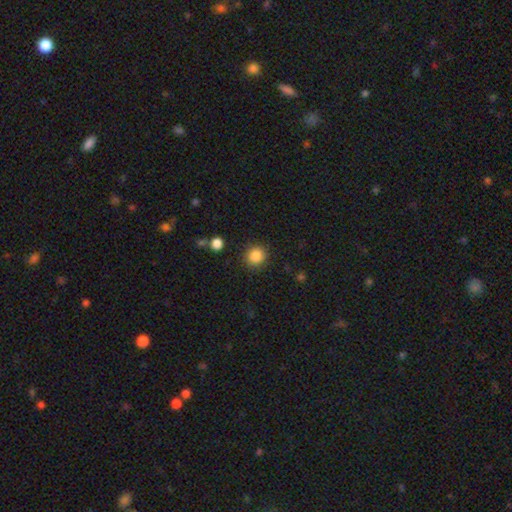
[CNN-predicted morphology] Smooth or featured? smooth (86%)
How rounded? round (91%)
Merging? none (88%)